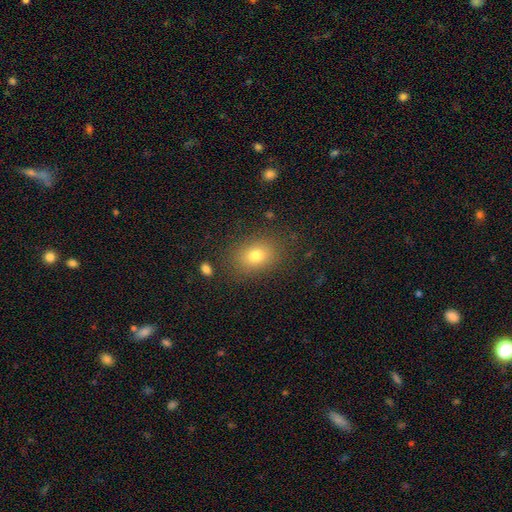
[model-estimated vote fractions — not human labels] smooth_or_featured: smooth (p=0.77) [alt: star or artifact p=0.12]
how_rounded: in between (p=0.64) [alt: round p=0.35]
merging: none (p=0.84) [alt: minor disturbance p=0.11]